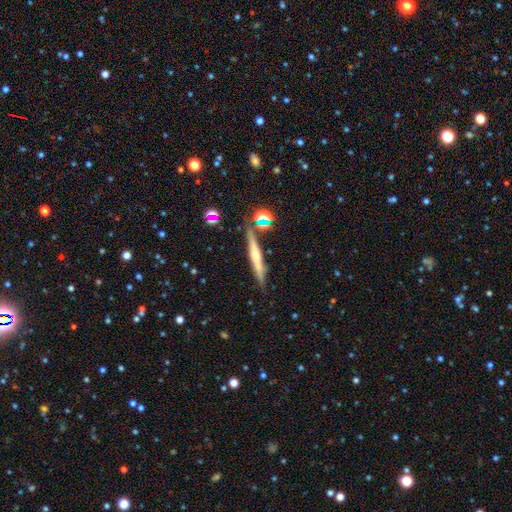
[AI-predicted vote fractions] Smooth or featured?
  - featured or disk: 53% *
  - smooth: 37%
  - star or artifact: 11%
Edge-on disk?
  - yes: 93% *
  - no: 7%
Merging?
  - none: 78% *
  - minor disturbance: 12%
  - merger: 7%
  - major disturbance: 3%